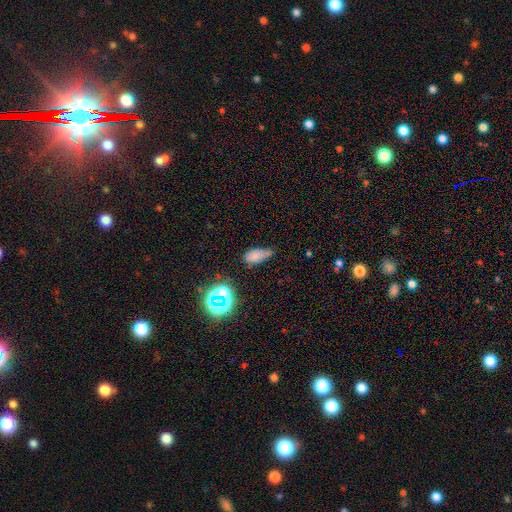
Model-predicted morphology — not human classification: Overall: smooth (68%). How rounded: in between (86%). Merging: none (45%; minor disturbance 36%).